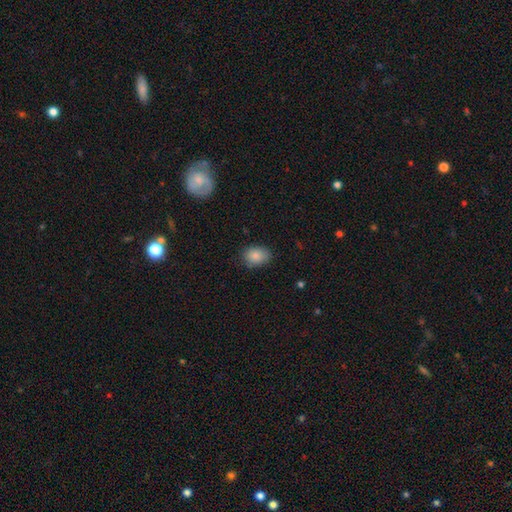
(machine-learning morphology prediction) type=smooth (86%); roundness=in between (69%); merging=none (79%).